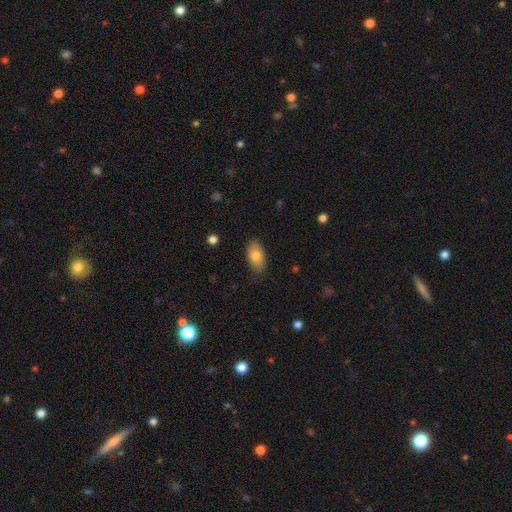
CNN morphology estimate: The model was most divided on "merging": none: 82%, minor disturbance: 15%, major disturbance: 3%, merger: 1%. More confident: how rounded — in between (93%); smooth or featured — smooth (81%).